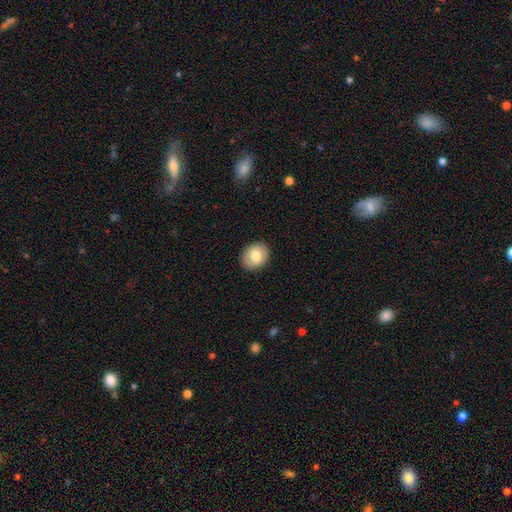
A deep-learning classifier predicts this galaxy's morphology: smooth-or-featured: smooth: 77% | featured or disk: 16% | star or artifact: 7%
  how-rounded: in between: 50% | round: 49% | cigar-shaped: 1%
  merging: none: 89% | minor disturbance: 8% | major disturbance: 2% | merger: 1%